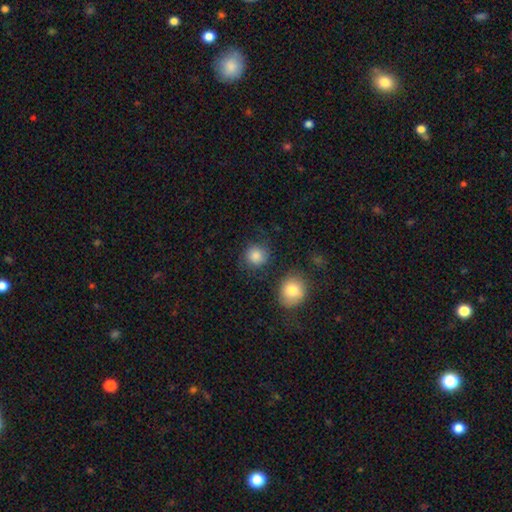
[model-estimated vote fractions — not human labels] A smooth galaxy with no disk features (84%) that is round (87%).

Vote fractions:
- Smooth or featured? smooth: 84% / star or artifact: 9% / featured or disk: 6%
- How rounded? round: 87% / in between: 12% / cigar-shaped: 1%
- Merging? none: 75% / minor disturbance: 13% / major disturbance: 6% / merger: 6%